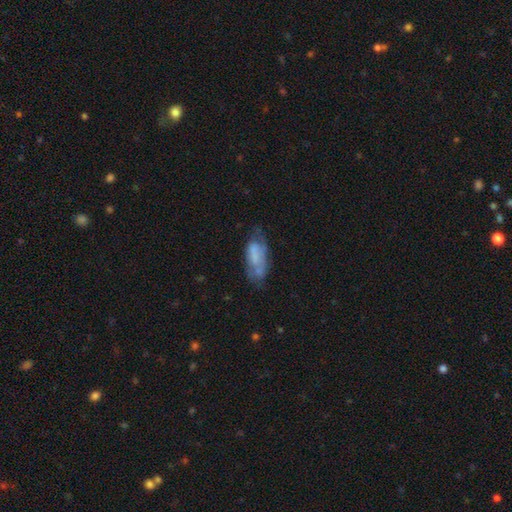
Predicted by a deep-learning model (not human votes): A smooth galaxy with no disk features (50%).

Vote fractions:
- Smooth or featured? smooth: 50% / featured or disk: 41% / star or artifact: 10%
- Merging? none: 42% / minor disturbance: 31% / major disturbance: 21% / merger: 6%